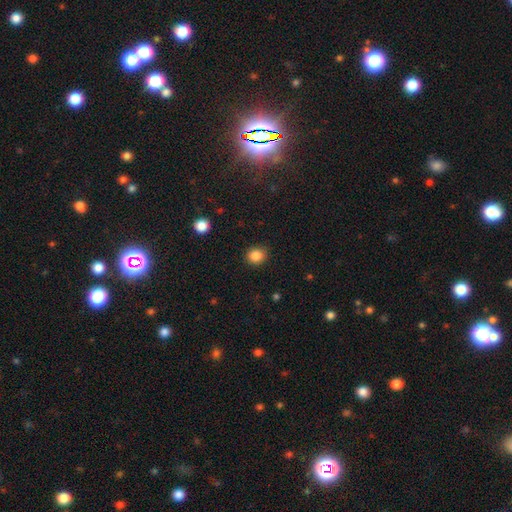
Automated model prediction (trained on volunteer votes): A smooth galaxy with no disk features (86%) that is round (78%). Merging: none (89%).